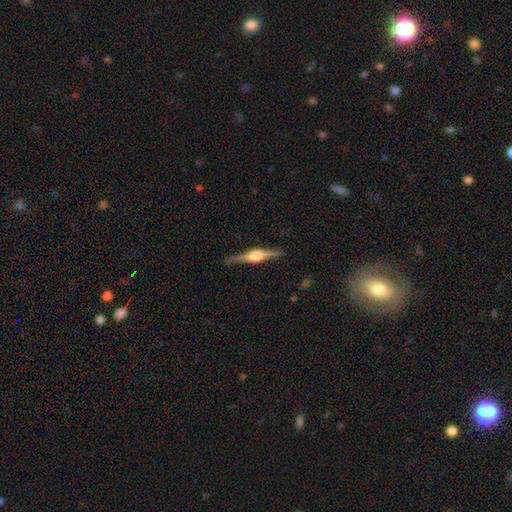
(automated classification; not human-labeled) Morphology: type=featured or disk (79%); edge-on=yes (98%); edge-on bulge=rounded (85%); merging=none (88%).